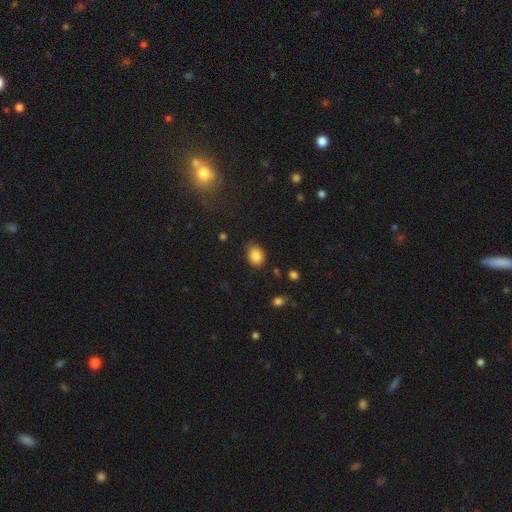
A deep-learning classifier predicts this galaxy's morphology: Smooth or featured: smooth — 85% (star or artifact — 10%)
How rounded: in between — 57% (round — 42%)
Merging: none — 71% (minor disturbance — 23%)